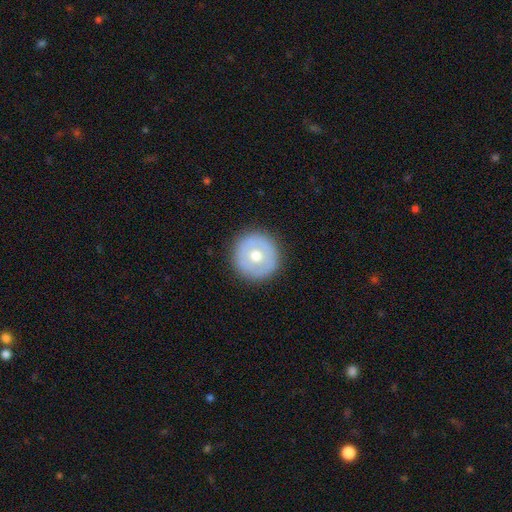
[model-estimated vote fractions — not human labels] smooth 56%, featured or disk 37%, star or artifact 7%. Down the decision tree: how rounded — round (96%); merging — none (91%).